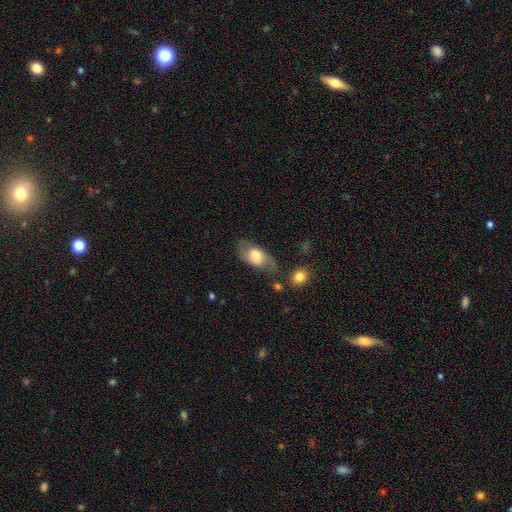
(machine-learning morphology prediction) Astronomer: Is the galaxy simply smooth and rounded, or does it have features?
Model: smooth — 56% (runner-up: featured or disk, 37%).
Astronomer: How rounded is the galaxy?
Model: in between — 89%.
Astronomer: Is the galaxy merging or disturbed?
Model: none — 62%.